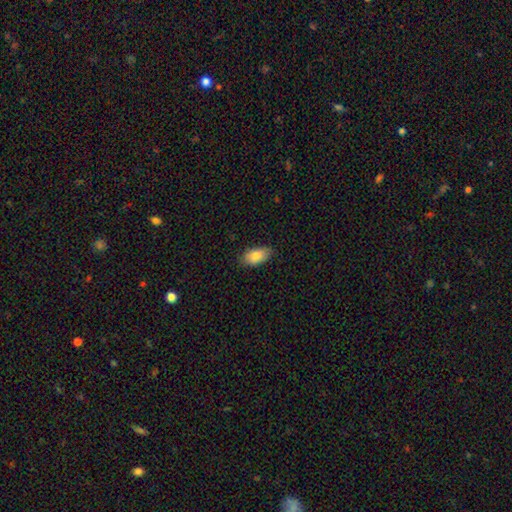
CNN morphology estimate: A smooth galaxy with no disk features (84%) that is in between round and cigar-shaped (93%).

Vote fractions:
- Smooth or featured? smooth: 84% / featured or disk: 9% / star or artifact: 7%
- How rounded? in between: 93% / round: 4% / cigar-shaped: 3%
- Merging? none: 82% / minor disturbance: 15% / major disturbance: 2% / merger: 1%